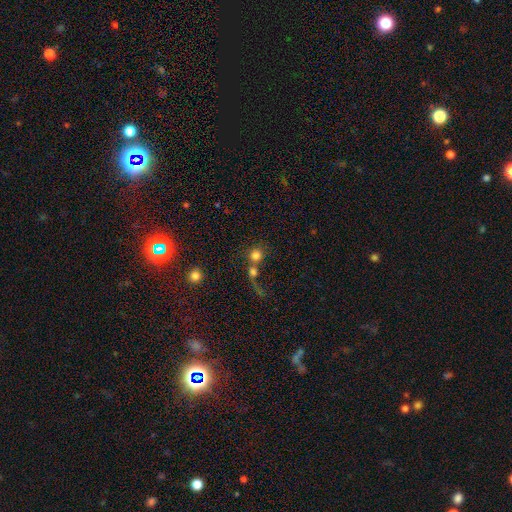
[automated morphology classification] This is likely a smooth galaxy (76%). How rounded: clearly round (89%). Merging: possibly merger (49%).